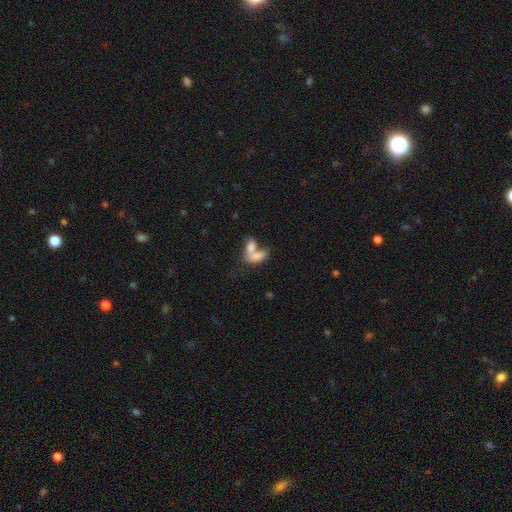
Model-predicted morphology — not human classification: Smooth or featured? Predicted: smooth (p=0.75). How rounded? Predicted: in between (p=0.86). Merging? Predicted: merger (p=0.72).